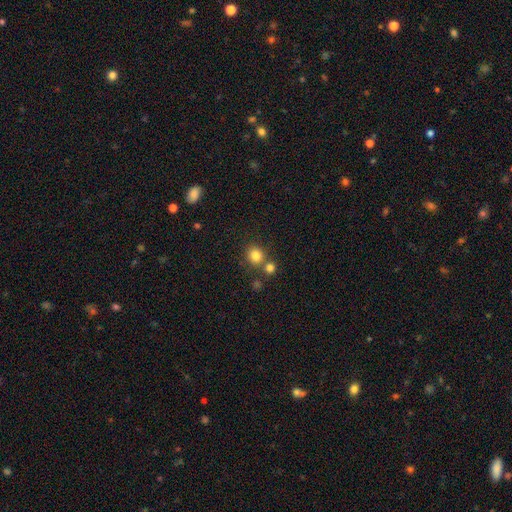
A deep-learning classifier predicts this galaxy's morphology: Smooth or featured?
  - smooth: 81% *
  - star or artifact: 13%
  - featured or disk: 6%
How rounded?
  - round: 85% *
  - in between: 14%
  - cigar-shaped: 1%
Merging?
  - none: 67% *
  - merger: 22%
  - minor disturbance: 8%
  - major disturbance: 3%